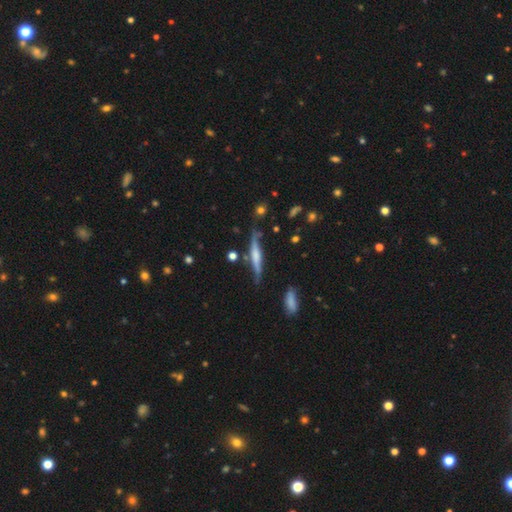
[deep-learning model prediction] This appears to be a featured or disk galaxy (57%) viewed edge-on (93%) with a rounded central bulge (46%). Merging: none (69%).